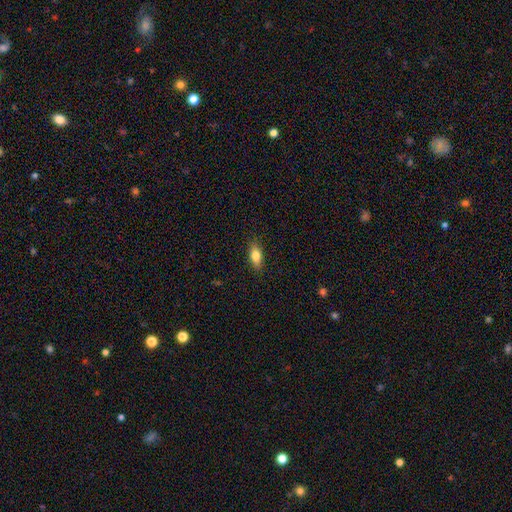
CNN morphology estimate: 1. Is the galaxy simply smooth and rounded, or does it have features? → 77% smooth, 16% featured or disk, 7% star or artifact.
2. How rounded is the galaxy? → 79% in between, 17% cigar-shaped, 5% round.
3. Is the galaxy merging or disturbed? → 87% none, 10% minor disturbance, 2% major disturbance, 1% merger.